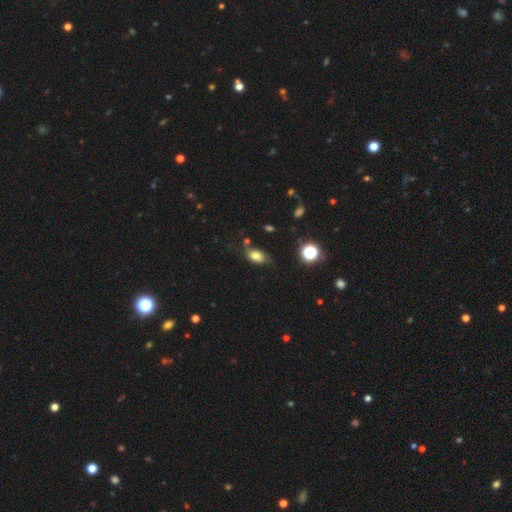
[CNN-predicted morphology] This appears to be a smooth galaxy with no disk features (75%) that is in between round and cigar-shaped (82%). Merging: none (58%).